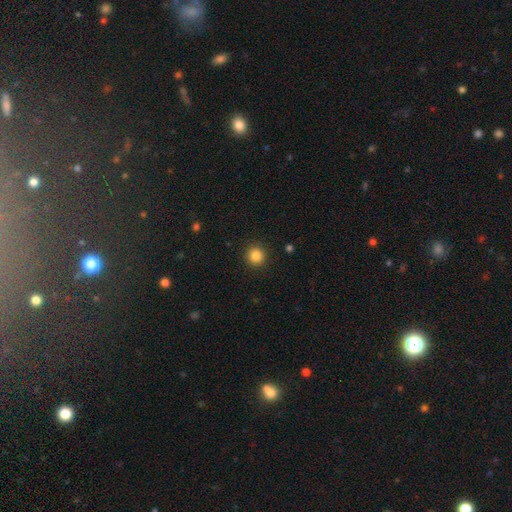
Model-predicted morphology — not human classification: Smooth or featured: smooth — 86% (star or artifact — 11%)
How rounded: round — 93% (in between — 6%)
Merging: none — 91% (minor disturbance — 5%)